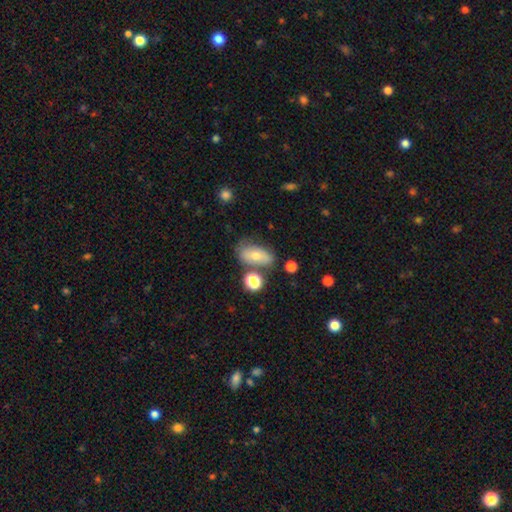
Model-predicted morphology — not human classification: smooth_or_featured: smooth (p=0.61) [alt: featured or disk p=0.29]
how_rounded: in between (p=0.84) [alt: round p=0.11]
merging: none (p=0.57) [alt: minor disturbance p=0.22]